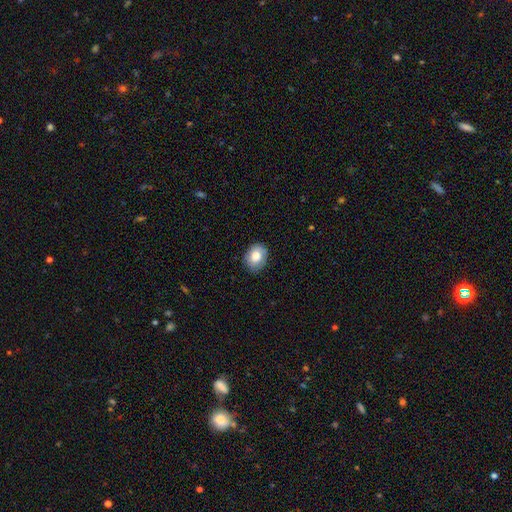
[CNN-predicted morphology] The model was most divided on "how rounded": in between: 55%, round: 44%, cigar-shaped: 1%. More confident: merging — none (81%); smooth or featured — smooth (76%).